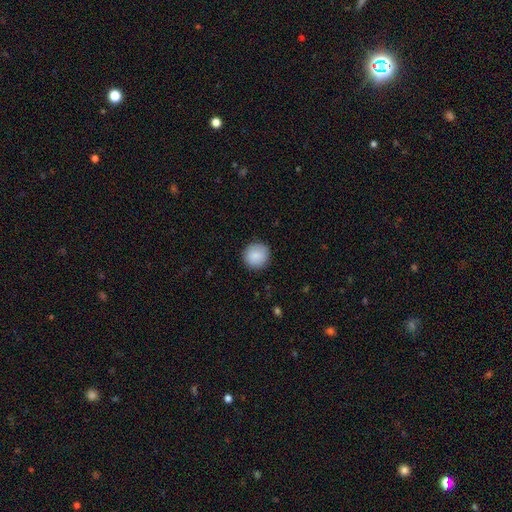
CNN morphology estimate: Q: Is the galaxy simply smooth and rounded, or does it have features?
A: smooth — 87%.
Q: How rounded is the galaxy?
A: round — 94%.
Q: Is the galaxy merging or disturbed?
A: none — 90%.